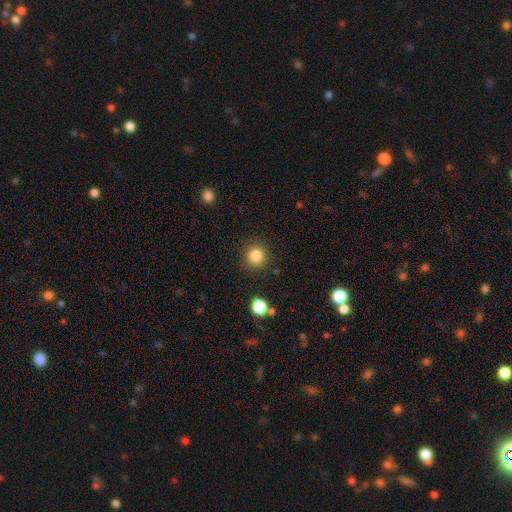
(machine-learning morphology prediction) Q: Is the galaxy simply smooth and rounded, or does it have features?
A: smooth — 85%.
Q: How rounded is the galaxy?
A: round — 92%.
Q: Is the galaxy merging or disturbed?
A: none — 89%.